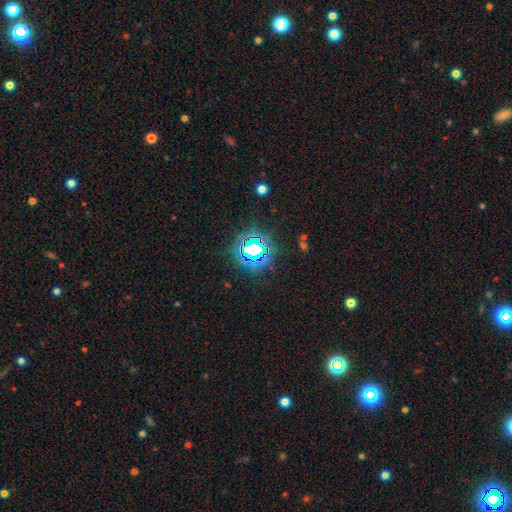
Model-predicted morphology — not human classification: The model was most divided on "smooth or featured": star or artifact: 74%, smooth: 17%, featured or disk: 9%.